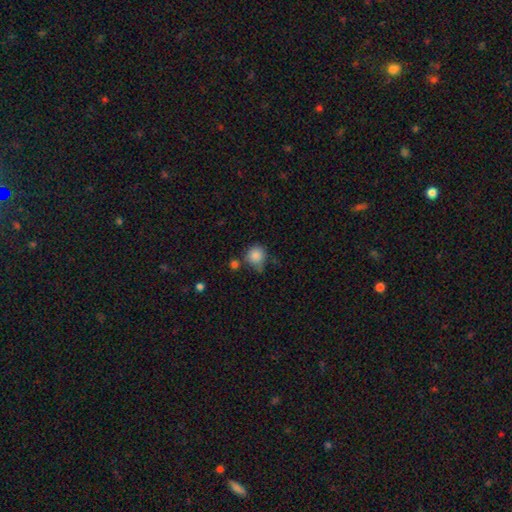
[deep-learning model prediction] Overall: smooth (85%). How rounded: round (87%). Merging: none (60%; minor disturbance 22%).